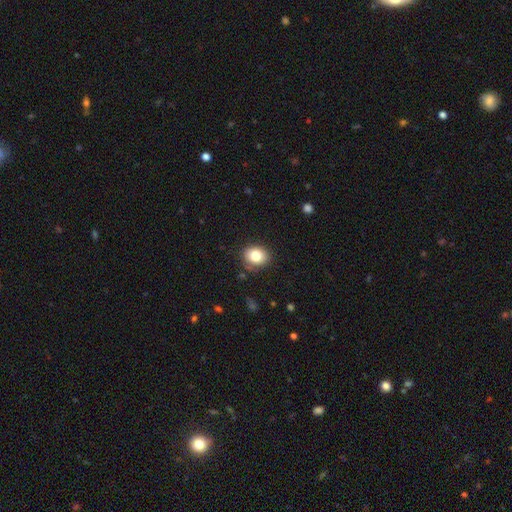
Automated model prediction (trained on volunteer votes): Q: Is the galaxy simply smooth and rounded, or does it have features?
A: smooth — 81%.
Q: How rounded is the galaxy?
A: round — 60%.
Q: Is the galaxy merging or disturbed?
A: none — 84%.